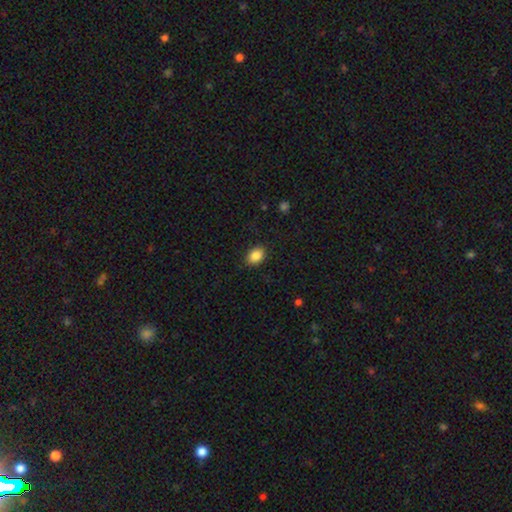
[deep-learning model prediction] smooth-or-featured: smooth: 87% | star or artifact: 8% | featured or disk: 4%
  how-rounded: in between: 75% | round: 24% | cigar-shaped: 1%
  merging: none: 87% | minor disturbance: 10% | major disturbance: 2% | merger: 1%